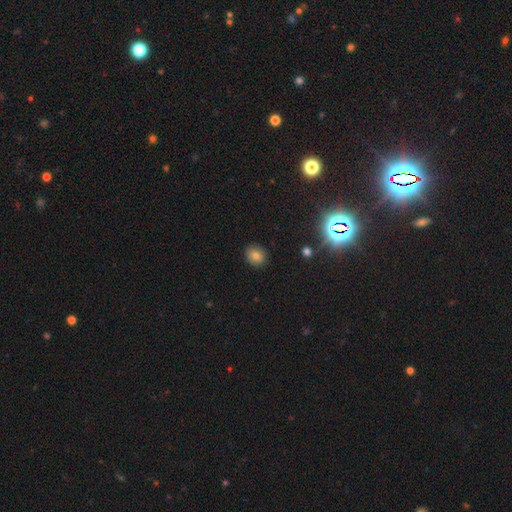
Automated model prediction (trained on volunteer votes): A smooth galaxy with no disk features (77%) that is round (76%).

Vote fractions:
- Smooth or featured? smooth: 77% / star or artifact: 14% / featured or disk: 9%
- How rounded? round: 76% / in between: 23% / cigar-shaped: 1%
- Merging? none: 89% / minor disturbance: 8% / major disturbance: 2% / merger: 1%